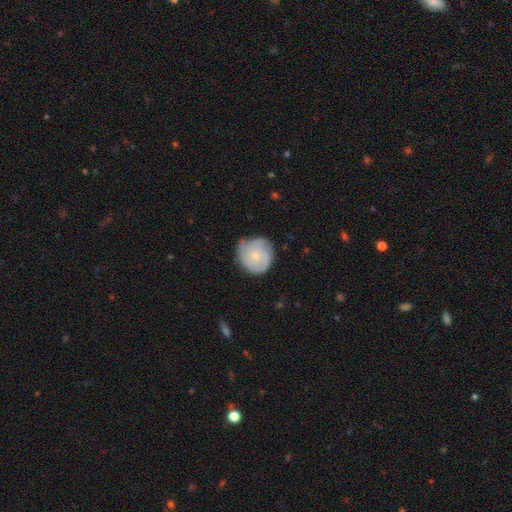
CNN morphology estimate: Smooth or featured? Predicted: featured or disk (p=0.52). Edge-on disk? Predicted: no (p=0.98). Bar? Predicted: no (p=0.84). Spiral arms? Predicted: yes (p=0.81). Bulge size? Predicted: small (p=0.75). Merging? Predicted: none (p=0.64).